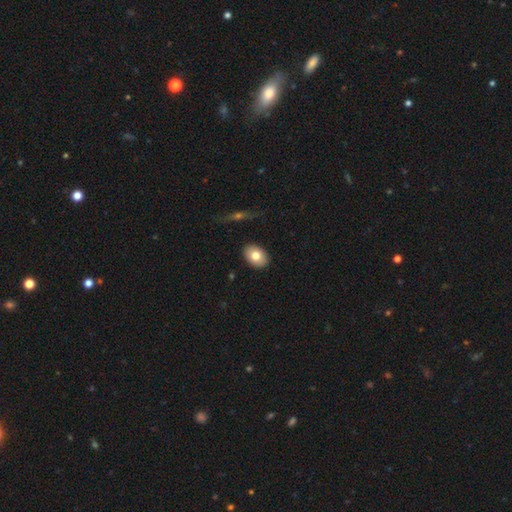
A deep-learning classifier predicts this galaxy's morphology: Smooth or featured?
  - smooth: 77% *
  - featured or disk: 16%
  - star or artifact: 7%
How rounded?
  - in between: 84% *
  - round: 15%
  - cigar-shaped: 1%
Merging?
  - none: 88% *
  - minor disturbance: 8%
  - major disturbance: 2%
  - merger: 1%